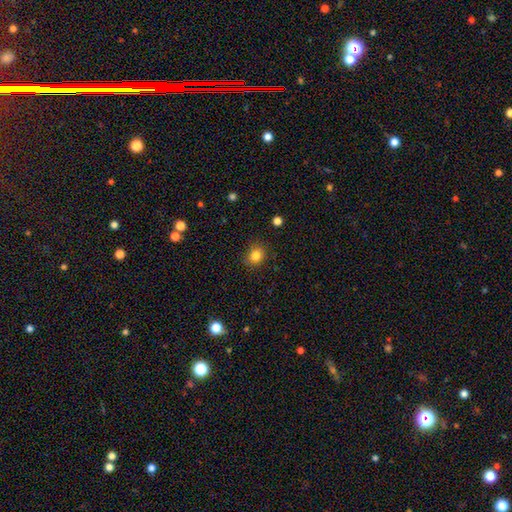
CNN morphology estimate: This appears to be a smooth galaxy with no disk features (83%) that is round (70%). Merging: none (84%).